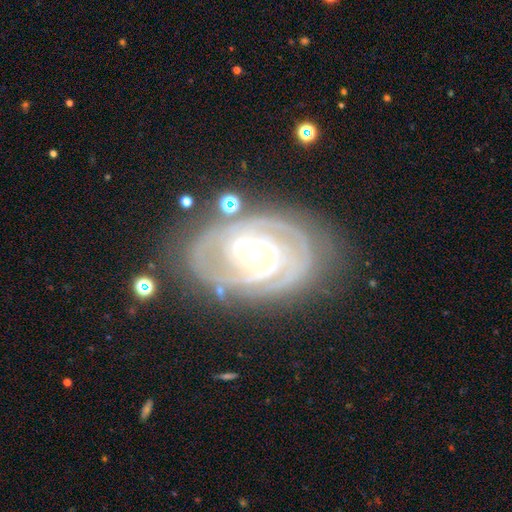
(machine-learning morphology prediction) A featured or disk galaxy (89%) with no bar (52%), 2 (38%) tight (81%) spiral arms (95%) and a moderate central bulge (58%).

Vote fractions:
- Smooth or featured? featured or disk: 89% / smooth: 6% / star or artifact: 5%
- Edge-on disk? no: 96% / yes: 4%
- Bar? no: 52% / weak: 30% / strong: 19%
- Spiral arms? yes: 95% / no: 5%
- Spiral winding? tight: 81% / medium: 16% / loose: 3%
- Spiral arm count? 2: 38% / 3: 24% / can't tell: 21% / 4: 8% / more than 4: 5% / 1: 5%
- Bulge size? moderate: 58% / small: 36% / large: 4% / none: 1% / dominant: 1%
- Merging? none: 74% / minor disturbance: 17% / major disturbance: 6% / merger: 3%